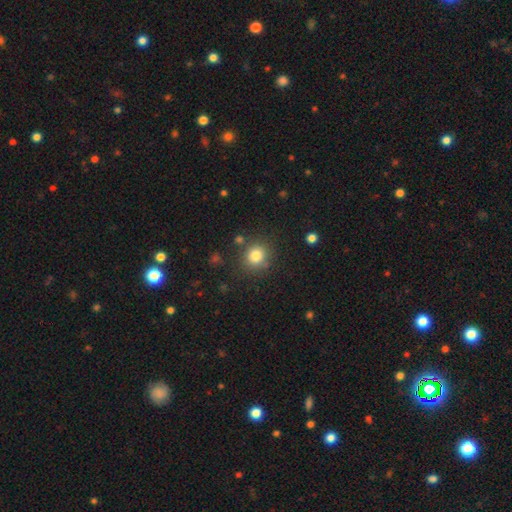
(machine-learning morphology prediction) smooth_or_featured: smooth (p=0.81) [alt: star or artifact p=0.12]
how_rounded: round (p=0.86) [alt: in between p=0.13]
merging: none (p=0.81) [alt: minor disturbance p=0.10]